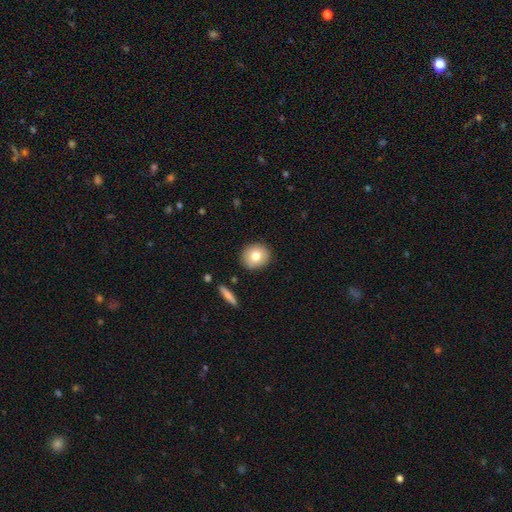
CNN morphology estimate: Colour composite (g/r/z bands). It shows a smooth galaxy with no disk features (76%) that is round (79%). Merging: none (89%).